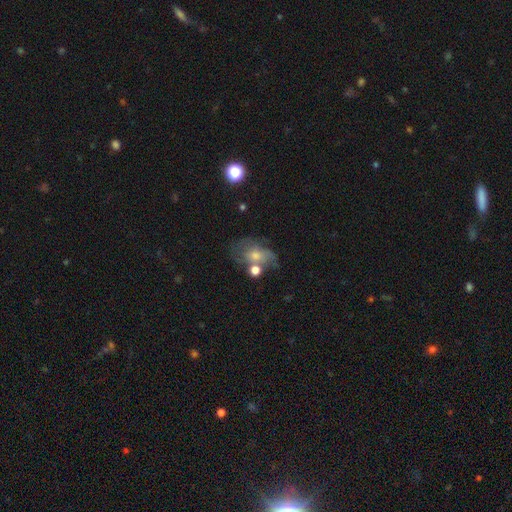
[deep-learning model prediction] This is possibly a featured or disk galaxy (46%). Merging: marginally none (38%).